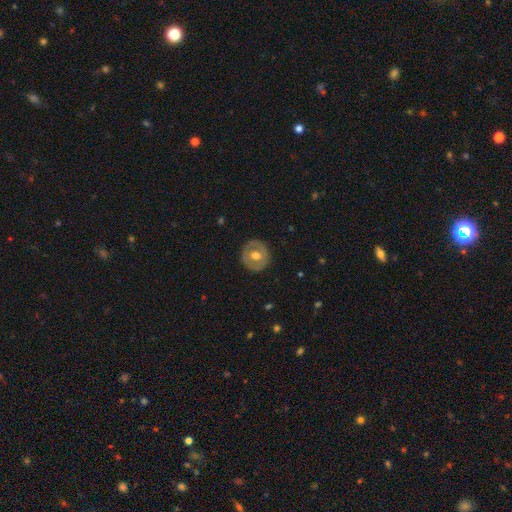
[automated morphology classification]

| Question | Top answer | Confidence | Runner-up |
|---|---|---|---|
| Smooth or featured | smooth | 49% | featured or disk (45%) |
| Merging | none | 87% | minor disturbance (9%) |